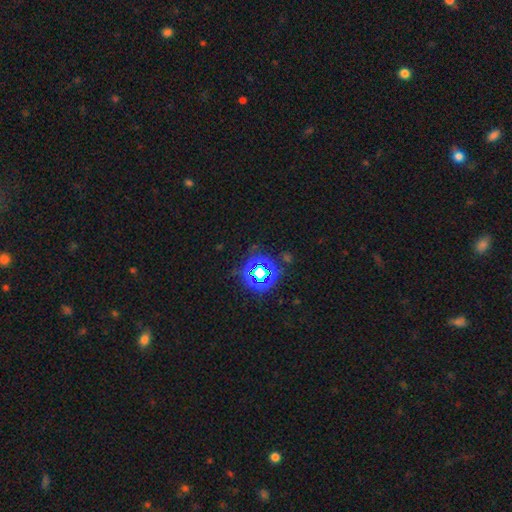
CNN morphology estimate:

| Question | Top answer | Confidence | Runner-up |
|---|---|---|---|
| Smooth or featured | star or artifact | 77% | smooth (15%) |